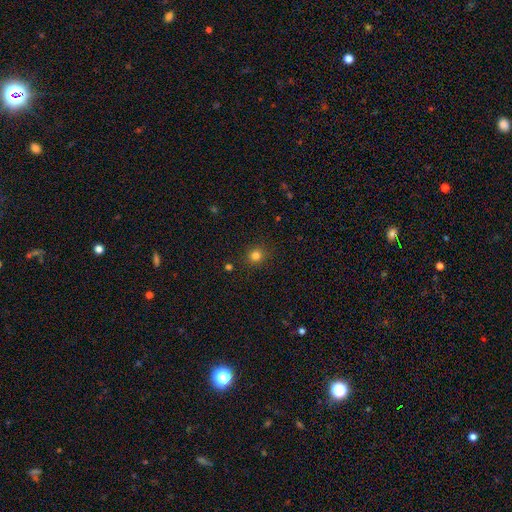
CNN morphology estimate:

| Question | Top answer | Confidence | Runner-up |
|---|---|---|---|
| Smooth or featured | smooth | 81% | star or artifact (14%) |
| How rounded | round | 89% | in between (10%) |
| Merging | none | 89% | minor disturbance (7%) |